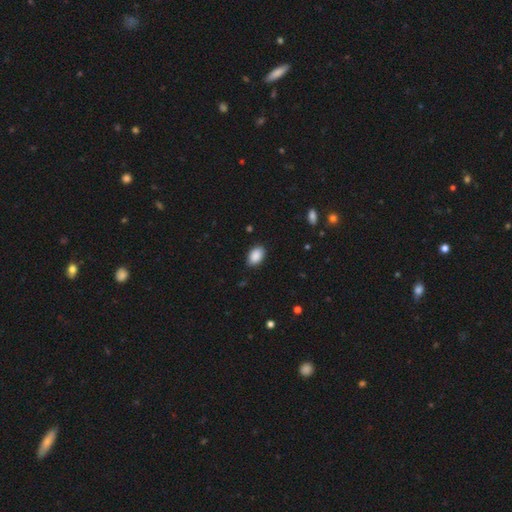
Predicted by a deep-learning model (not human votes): This appears to be a smooth galaxy with no disk features (90%) that is in between round and cigar-shaped (89%). Merging: none (85%).